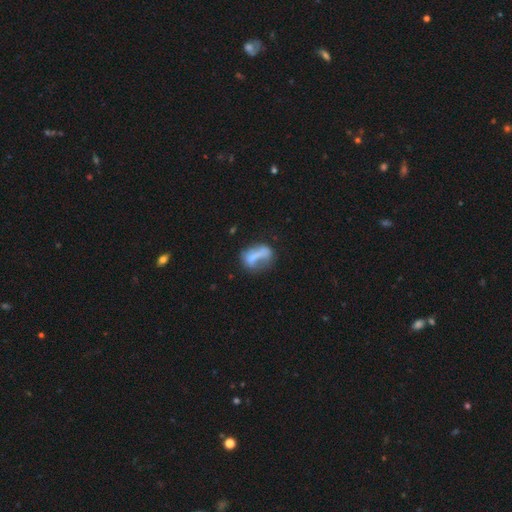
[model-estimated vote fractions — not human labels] This appears to be a smooth galaxy with no disk features (56%) that is in between round and cigar-shaped (67%). Merging: none (32%).